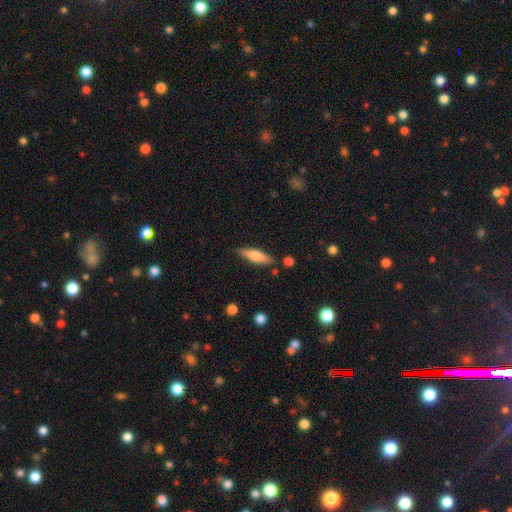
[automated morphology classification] smooth-or-featured: smooth: 65% | featured or disk: 29% | star or artifact: 6%
  how-rounded: cigar-shaped: 63% | in between: 35% | round: 2%
  merging: none: 78% | minor disturbance: 14% | merger: 4% | major disturbance: 3%